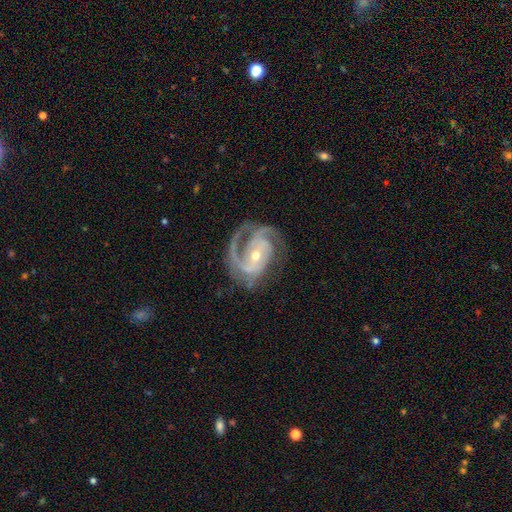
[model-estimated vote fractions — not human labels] A featured or disk galaxy (91%) with no bar (53%), 2 (46%) medium (45%) spiral arms (98%) and a small central bulge (54%). Merging: none (64%).